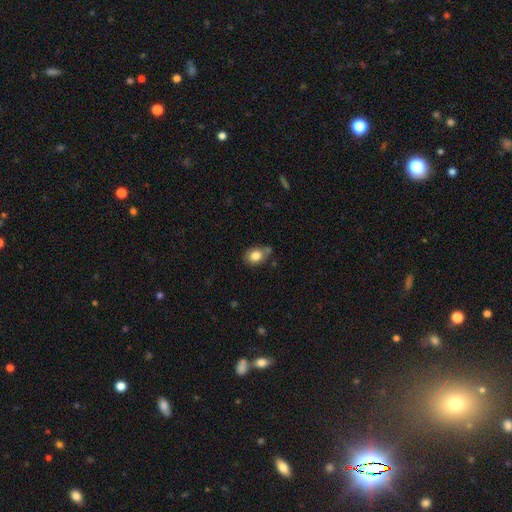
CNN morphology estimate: The model was most divided on "how rounded": in between: 63%, round: 36%, cigar-shaped: 1%. More confident: smooth or featured — smooth (82%); merging — none (59%).